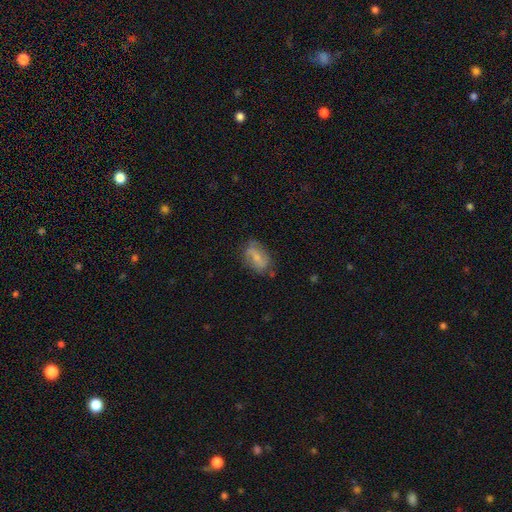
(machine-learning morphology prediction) Smooth or featured: smooth — 47% (featured or disk — 43%)
Merging: none — 69% (minor disturbance — 22%)